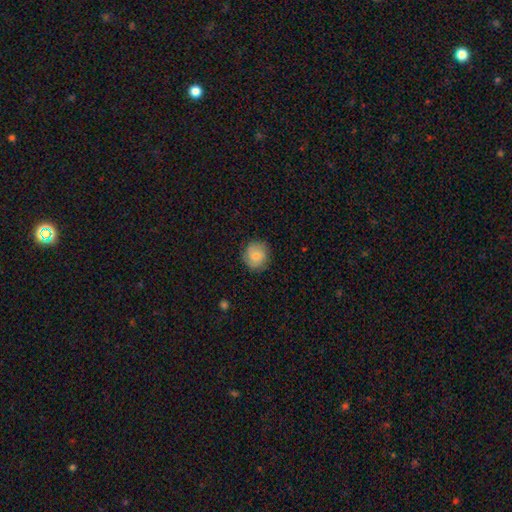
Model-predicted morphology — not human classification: Q: Smooth or featured?
A: smooth (65%); runner-up: featured or disk (28%)
Q: How rounded?
A: round (85%); runner-up: in between (14%)
Q: Merging?
A: none (82%); runner-up: minor disturbance (13%)